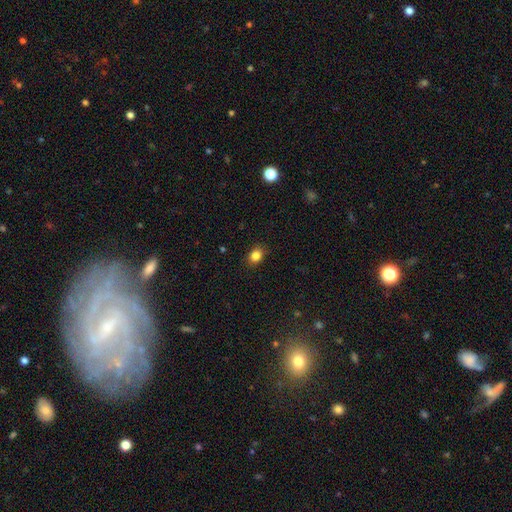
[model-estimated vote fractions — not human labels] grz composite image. It shows a smooth galaxy with no disk features (84%) that is in between round and cigar-shaped (55%). Merging: none (87%).